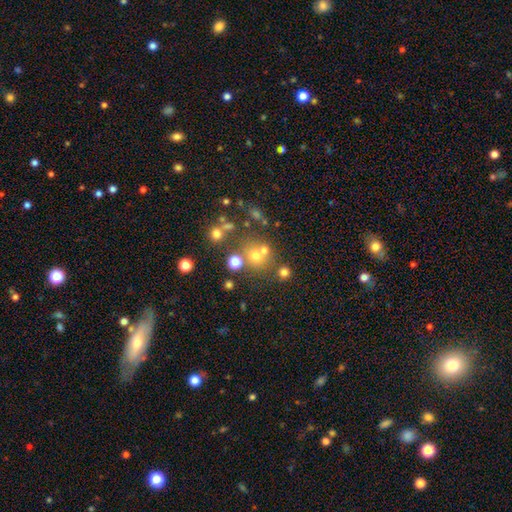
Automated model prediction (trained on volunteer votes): smooth-or-featured: smooth: 55% | star or artifact: 26% | featured or disk: 19%
  how-rounded: round: 82% | in between: 17% | cigar-shaped: 1%
  merging: none: 55% | merger: 30% | minor disturbance: 9% | major disturbance: 6%